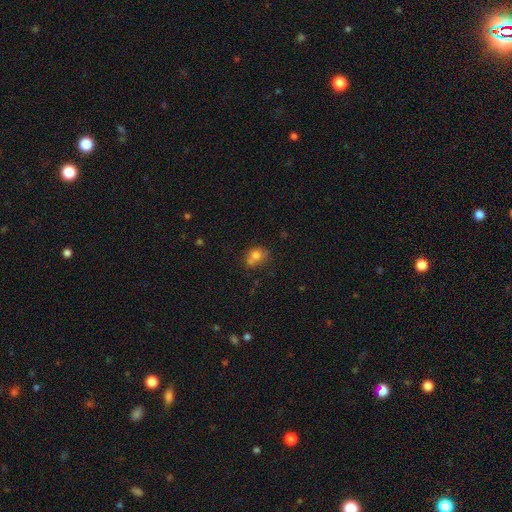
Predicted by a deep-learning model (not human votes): A smooth galaxy with no disk features (70%) that is round (55%).

Vote fractions:
- Smooth or featured? smooth: 70% / featured or disk: 17% / star or artifact: 13%
- How rounded? round: 55% / in between: 44% / cigar-shaped: 2%
- Merging? none: 49% / minor disturbance: 22% / merger: 21% / major disturbance: 8%